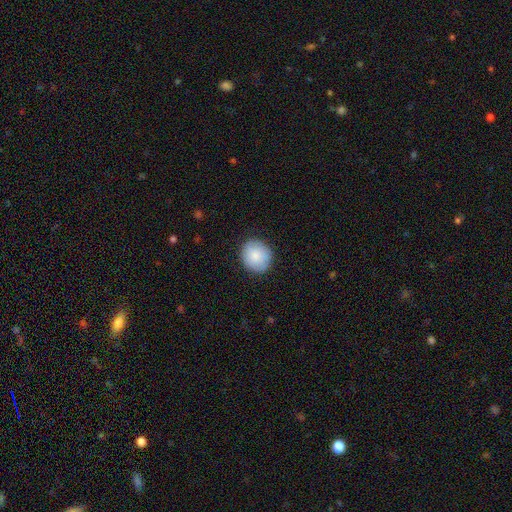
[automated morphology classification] smooth 85%, featured or disk 9%, star or artifact 7%. Down the decision tree: how rounded — round (79%); merging — none (85%).